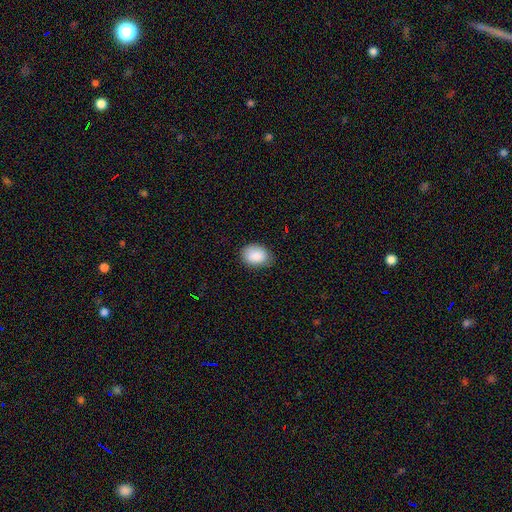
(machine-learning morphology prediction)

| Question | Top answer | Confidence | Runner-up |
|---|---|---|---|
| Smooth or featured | smooth | 88% | star or artifact (7%) |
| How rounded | in between | 79% | round (20%) |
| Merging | none | 79% | minor disturbance (17%) |